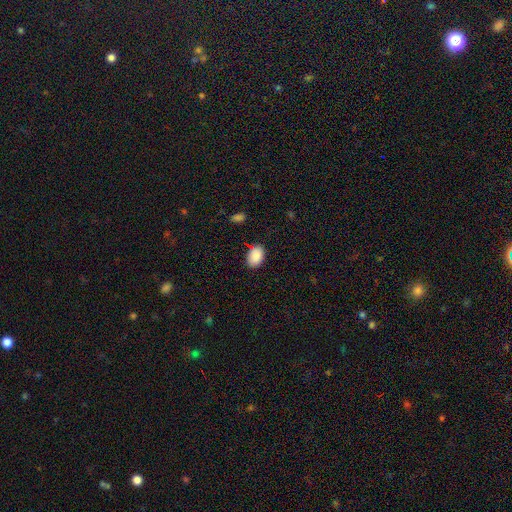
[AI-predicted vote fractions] The model was most divided on "merging": none: 77%, minor disturbance: 16%, merger: 4%, major disturbance: 3%. More confident: smooth or featured — smooth (88%); how rounded — in between (87%).